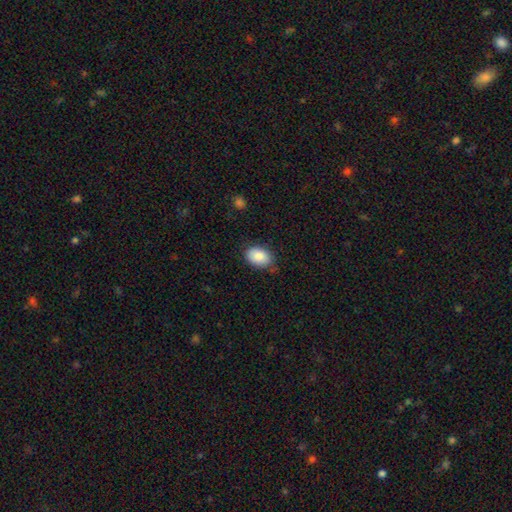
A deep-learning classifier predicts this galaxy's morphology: Overall: smooth (86%). How rounded: in between (83%). Merging: none (74%).